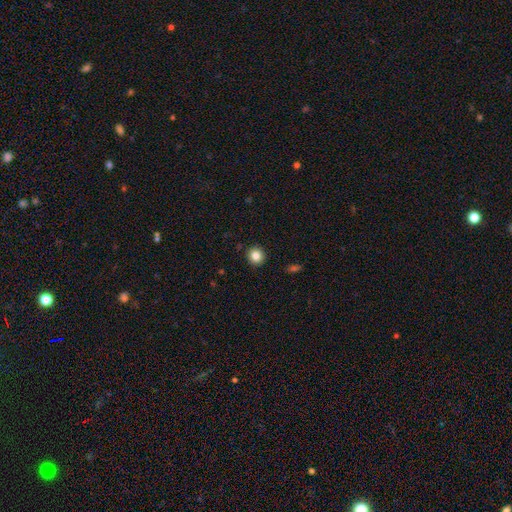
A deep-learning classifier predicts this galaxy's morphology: smooth 84%, star or artifact 10%, featured or disk 6%. Down the decision tree: how rounded — round (91%); merging — none (92%).